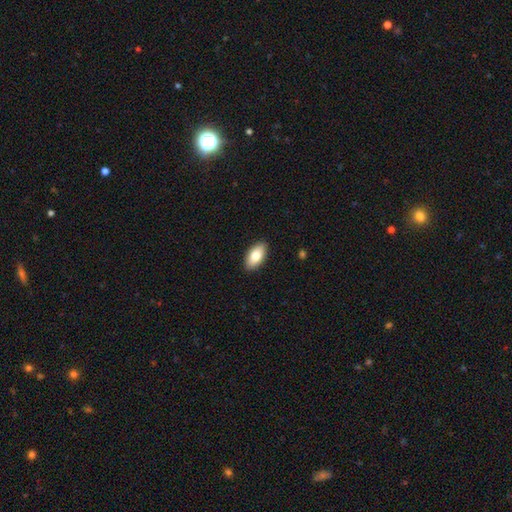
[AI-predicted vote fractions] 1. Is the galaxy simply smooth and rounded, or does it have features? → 79% smooth, 15% featured or disk, 6% star or artifact.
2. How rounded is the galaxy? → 92% in between, 5% cigar-shaped, 3% round.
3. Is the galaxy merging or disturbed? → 90% none, 8% minor disturbance, 2% major disturbance, 1% merger.